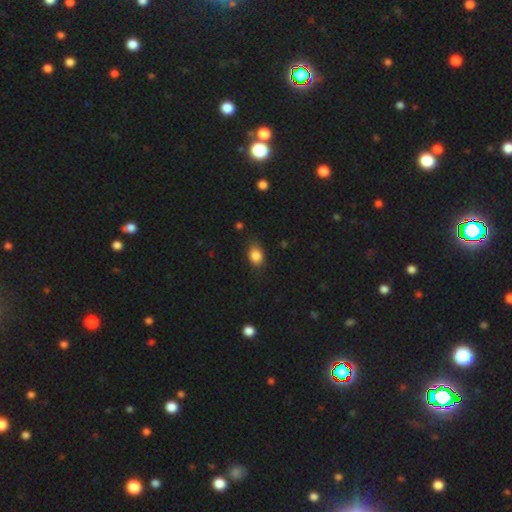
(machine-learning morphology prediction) Overall: smooth (85%). How rounded: in between (72%). Merging: none (78%).